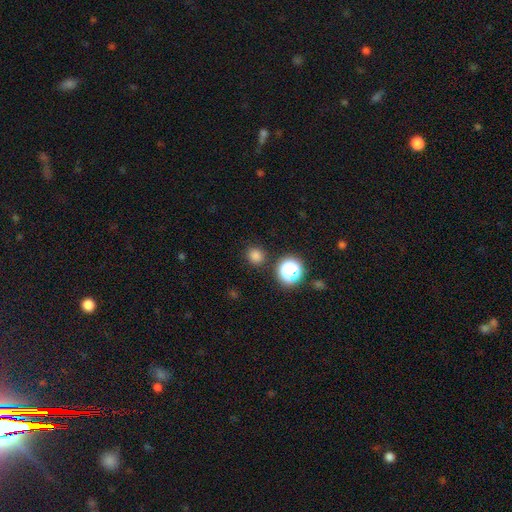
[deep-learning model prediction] Smooth or featured? Predicted: smooth (p=0.77). How rounded? Predicted: round (p=0.88). Merging? Predicted: none (p=0.87).